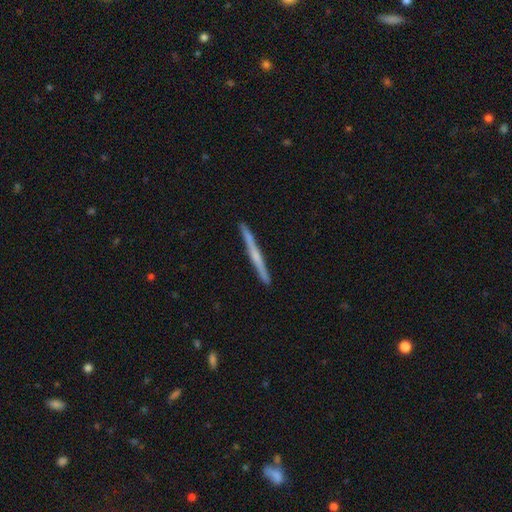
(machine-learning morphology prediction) type=featured or disk (63%); edge-on=yes (98%); edge-on bulge=rounded (47%); merging=none (92%).